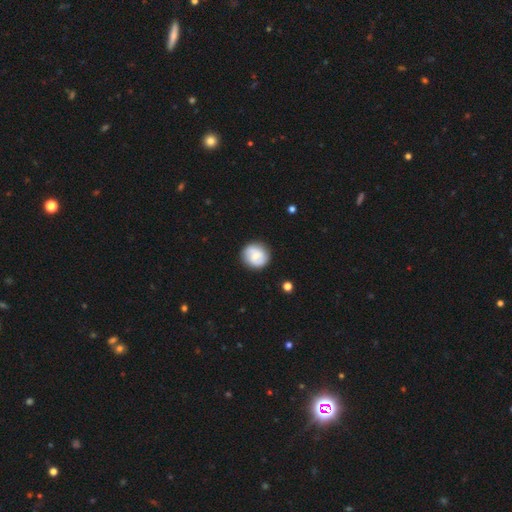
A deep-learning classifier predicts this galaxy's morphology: A smooth galaxy with no disk features (53%) that is round (88%). Merging: none (84%).